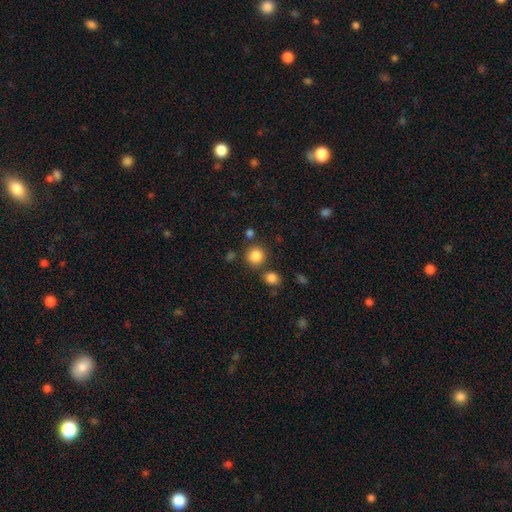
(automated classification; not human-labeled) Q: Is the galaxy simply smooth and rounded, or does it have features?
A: smooth — 85%.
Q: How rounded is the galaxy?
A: round — 90%.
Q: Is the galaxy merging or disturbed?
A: none — 77%.